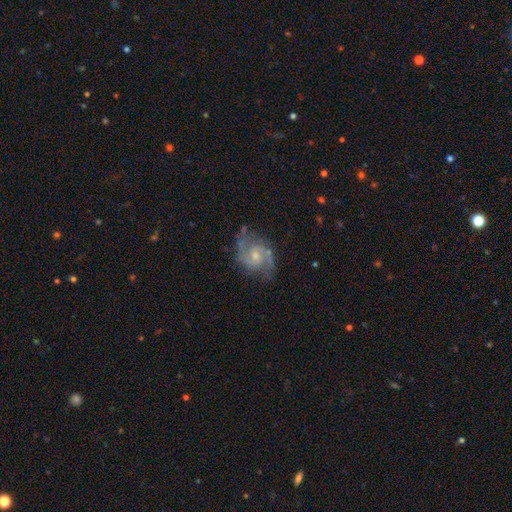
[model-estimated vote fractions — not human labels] Smooth or featured?
  - featured or disk: 88% *
  - smooth: 7%
  - star or artifact: 6%
Edge-on disk?
  - no: 98% *
  - yes: 2%
Bar?
  - no: 51% *
  - weak: 42%
  - strong: 6%
Spiral arms?
  - yes: 97% *
  - no: 3%
Spiral winding?
  - medium: 58% *
  - loose: 21%
  - tight: 21%
Spiral arm count?
  - 2: 89% *
  - can't tell: 4%
  - 3: 3%
  - 1: 1%
  - 4: 1%
  - more than 4: 1%
Bulge size?
  - small: 60% *
  - moderate: 33%
  - none: 5%
  - large: 2%
  - dominant: 1%
Merging?
  - none: 73% *
  - minor disturbance: 18%
  - major disturbance: 7%
  - merger: 2%